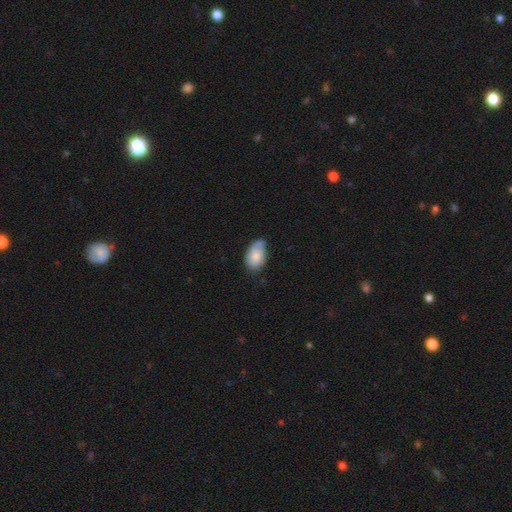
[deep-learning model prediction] smooth_or_featured: smooth (p=0.74) [alt: featured or disk p=0.19]
how_rounded: in between (p=0.91) [alt: round p=0.07]
merging: none (p=0.49) [alt: minor disturbance p=0.38]